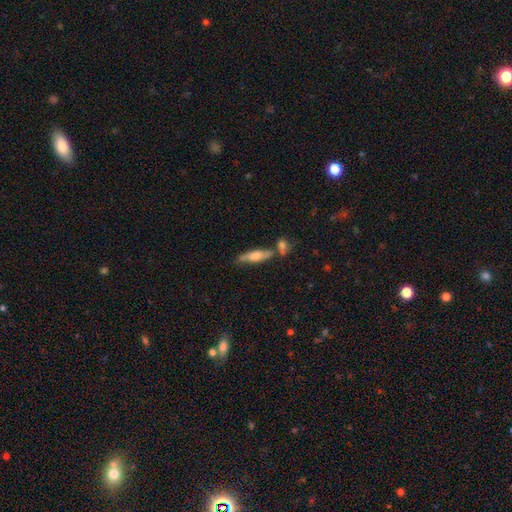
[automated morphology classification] Smooth or featured? smooth (52%)
How rounded? cigar-shaped (72%)
Merging? none (64%)